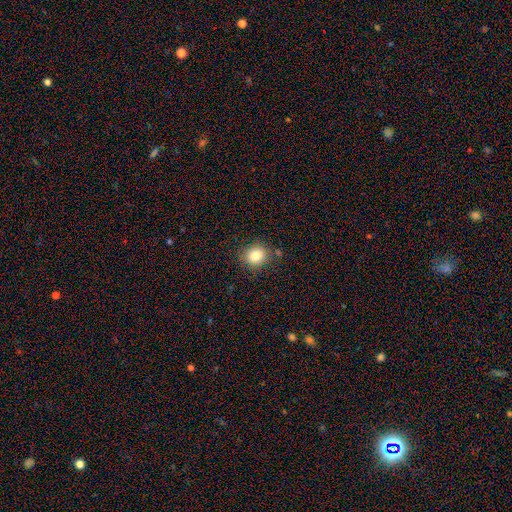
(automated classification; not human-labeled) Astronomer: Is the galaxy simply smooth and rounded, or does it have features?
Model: smooth — 82%.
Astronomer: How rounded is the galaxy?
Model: round — 75%.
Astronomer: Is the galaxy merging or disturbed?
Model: none — 83%.